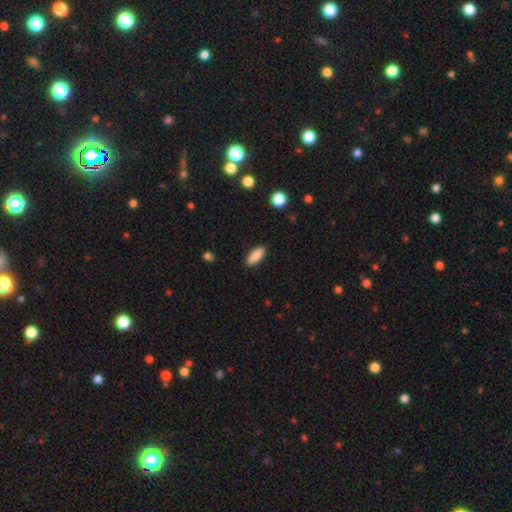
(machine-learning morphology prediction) type=smooth (88%); roundness=in between (73%); merging=none (89%).